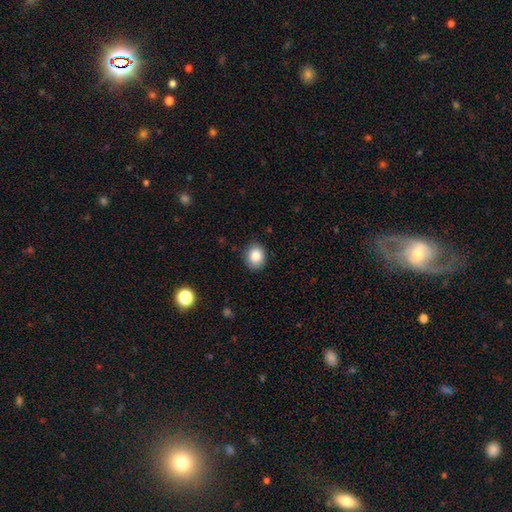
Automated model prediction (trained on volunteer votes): smooth-or-featured: smooth: 87% | star or artifact: 9% | featured or disk: 4%
  how-rounded: round: 58% | in between: 41% | cigar-shaped: 1%
  merging: none: 84% | minor disturbance: 12% | major disturbance: 3% | merger: 1%